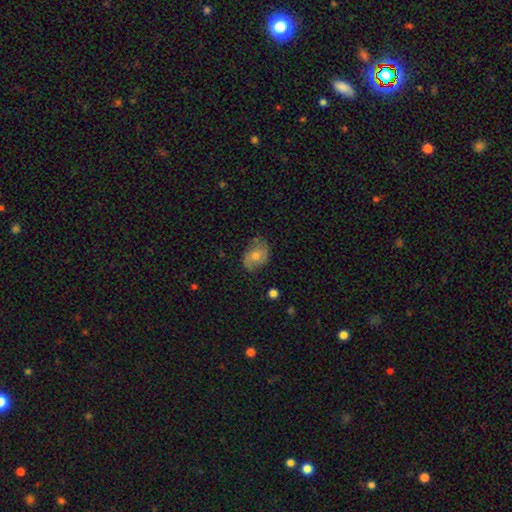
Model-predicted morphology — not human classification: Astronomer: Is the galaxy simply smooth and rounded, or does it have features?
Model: smooth — 48% (runner-up: featured or disk, 42%).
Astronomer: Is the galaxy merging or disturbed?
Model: none — 71%.